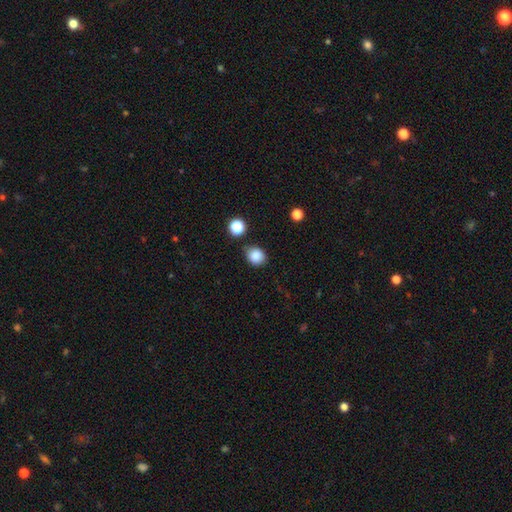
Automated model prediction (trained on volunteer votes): A smooth galaxy with no disk features (86%) that is round (63%).

Vote fractions:
- Smooth or featured? smooth: 86% / star or artifact: 10% / featured or disk: 4%
- How rounded? round: 63% / in between: 36% / cigar-shaped: 1%
- Merging? none: 78% / minor disturbance: 15% / merger: 4% / major disturbance: 3%